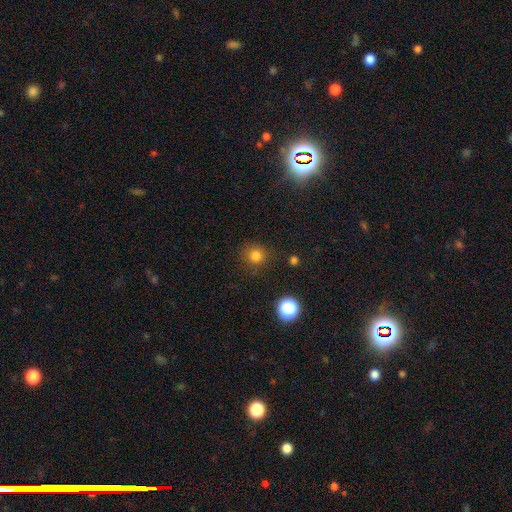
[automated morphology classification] Smooth or featured: smooth — 80% (star or artifact — 15%)
How rounded: round — 93% (in between — 6%)
Merging: none — 86% (minor disturbance — 8%)